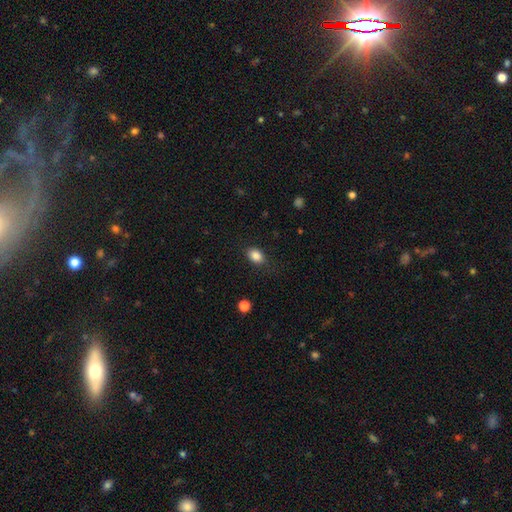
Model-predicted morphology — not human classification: Smooth or featured: smooth — 86% (star or artifact — 9%)
How rounded: in between — 76% (round — 23%)
Merging: none — 82% (minor disturbance — 13%)